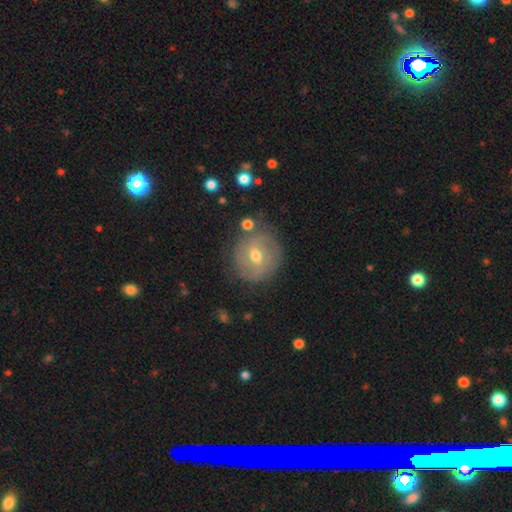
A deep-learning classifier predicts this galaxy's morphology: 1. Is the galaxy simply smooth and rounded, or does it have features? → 59% featured or disk, 32% smooth, 8% star or artifact.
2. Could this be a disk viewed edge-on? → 96% no, 4% yes.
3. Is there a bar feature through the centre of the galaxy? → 52% weak, 34% no, 14% strong.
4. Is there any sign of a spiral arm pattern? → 71% yes, 29% no.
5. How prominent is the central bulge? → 72% moderate, 23% small, 3% large, 1% none, 1% dominant.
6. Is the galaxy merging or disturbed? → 76% none, 15% minor disturbance, 5% major disturbance, 3% merger.